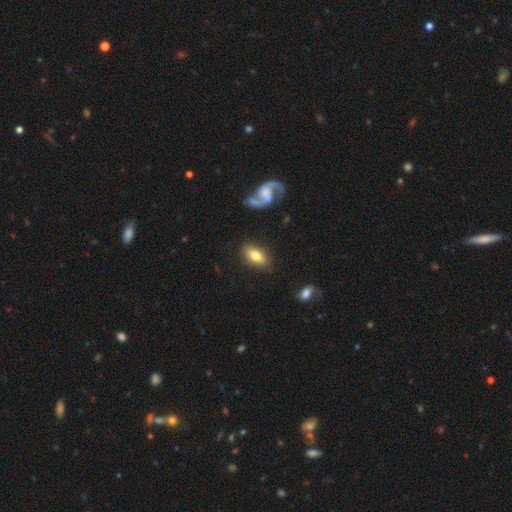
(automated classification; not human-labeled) Smooth or featured? Predicted: smooth (p=0.73). How rounded? Predicted: in between (p=0.87). Merging? Predicted: none (p=0.84).